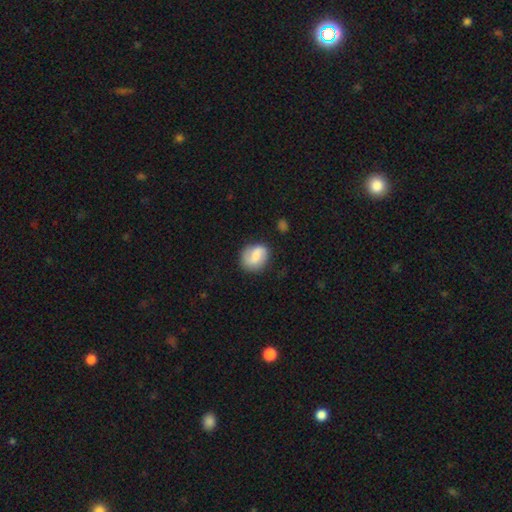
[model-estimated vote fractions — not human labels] Q: Smooth or featured?
A: smooth (52%); runner-up: featured or disk (40%)
Q: How rounded?
A: round (51%); runner-up: in between (47%)
Q: Merging?
A: none (73%); runner-up: minor disturbance (18%)